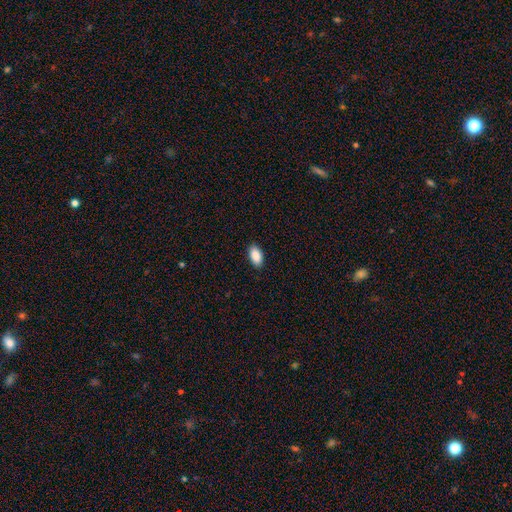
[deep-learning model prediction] Smooth or featured: smooth — 90% (star or artifact — 6%)
How rounded: in between — 94% (round — 3%)
Merging: none — 89% (minor disturbance — 8%)